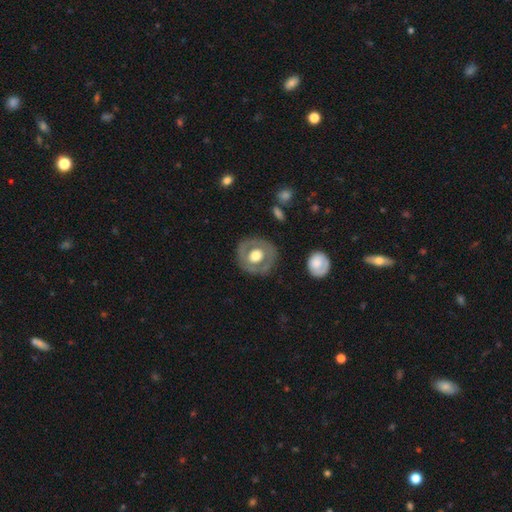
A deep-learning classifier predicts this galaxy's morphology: Smooth or featured? Predicted: featured or disk (p=0.53). Edge-on disk? Predicted: no (p=0.95). Bar? Predicted: no (p=0.83). Spiral arms? Predicted: no (p=0.84). Bulge size? Predicted: moderate (p=0.46, tied with large). Merging? Predicted: none (p=0.81).